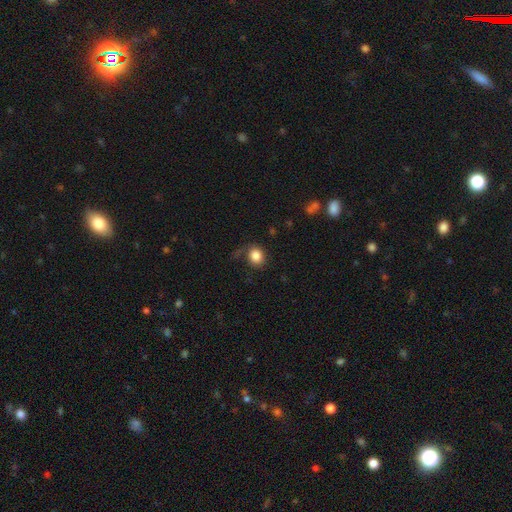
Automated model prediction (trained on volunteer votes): Overall: smooth (85%). How rounded: round (72%). Merging: none (69%).